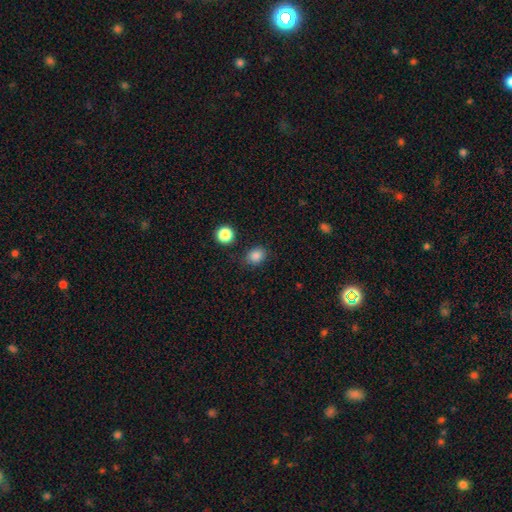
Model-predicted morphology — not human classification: Q: Smooth or featured?
A: smooth (84%); runner-up: star or artifact (11%)
Q: How rounded?
A: round (56%); runner-up: in between (43%)
Q: Merging?
A: none (82%); runner-up: minor disturbance (11%)